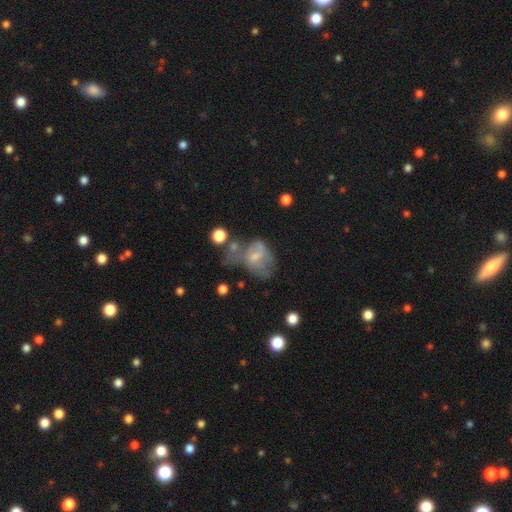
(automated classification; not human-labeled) Q: Smooth or featured?
A: featured or disk (46%); runner-up: smooth (43%)
Q: Merging?
A: major disturbance (36%); runner-up: none (24%)